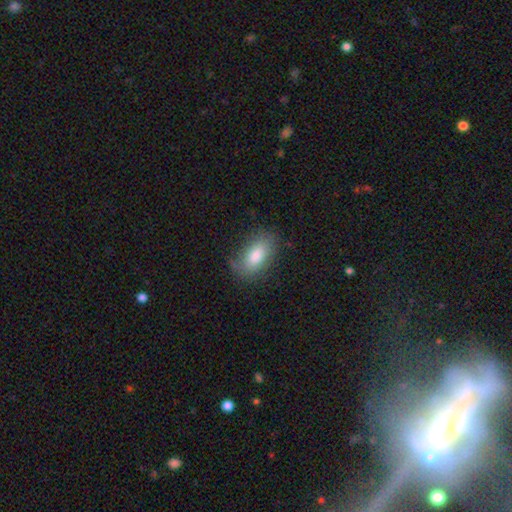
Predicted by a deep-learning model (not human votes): Smooth or featured?
  - smooth: 79% *
  - featured or disk: 14%
  - star or artifact: 7%
How rounded?
  - in between: 90% *
  - cigar-shaped: 5%
  - round: 5%
Merging?
  - none: 74% *
  - minor disturbance: 19%
  - major disturbance: 5%
  - merger: 1%